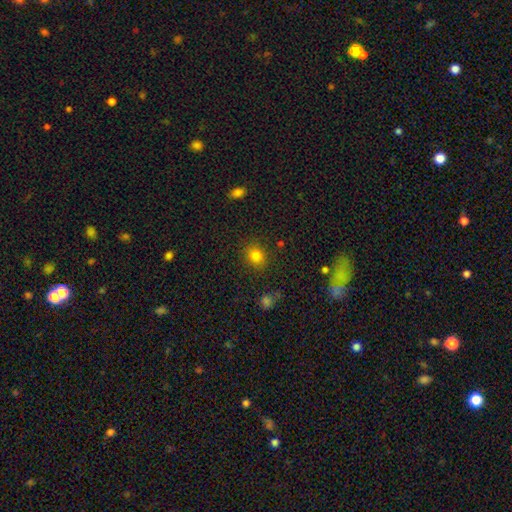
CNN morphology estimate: This appears to be a smooth galaxy with no disk features (81%) that is round (70%). Merging: none (85%).